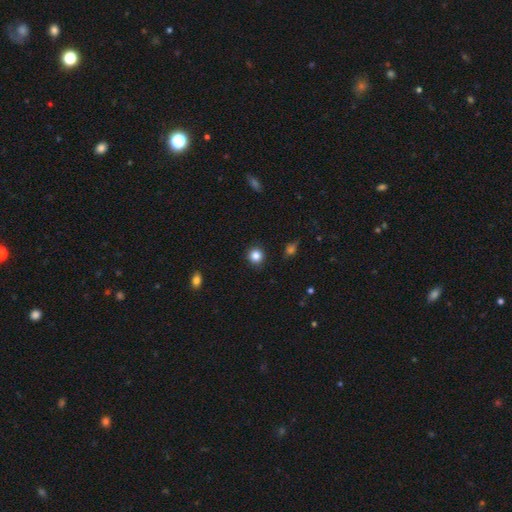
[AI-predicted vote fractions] Smooth or featured: smooth — 85% (star or artifact — 11%)
How rounded: round — 92% (in between — 7%)
Merging: none — 90% (minor disturbance — 6%)